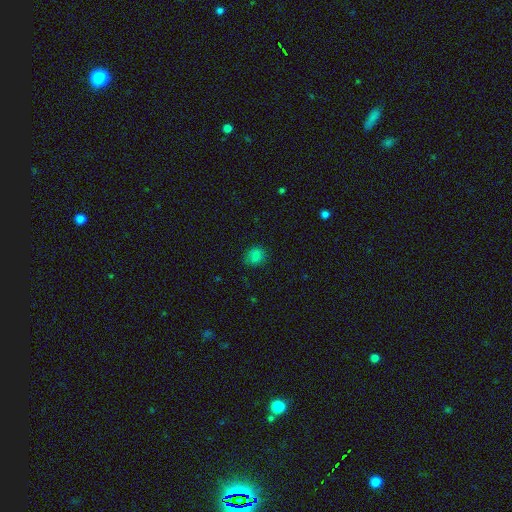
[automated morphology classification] smooth 80%, star or artifact 15%, featured or disk 5%. Down the decision tree: how rounded — round (62%); merging — none (78%).